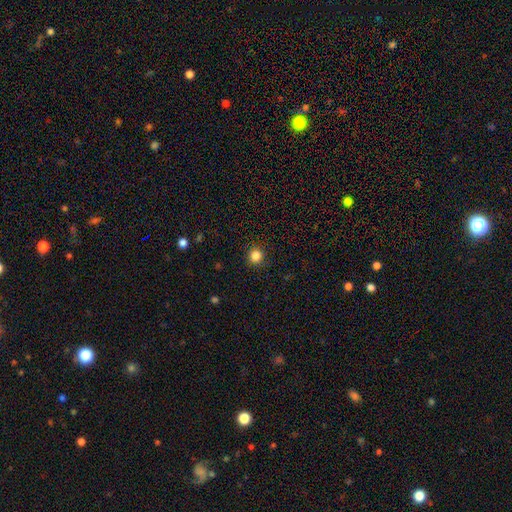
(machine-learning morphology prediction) smooth-or-featured: smooth: 84% | star or artifact: 12% | featured or disk: 4%
  how-rounded: round: 93% | in between: 6% | cigar-shaped: 1%
  merging: none: 91% | minor disturbance: 6% | major disturbance: 2% | merger: 1%